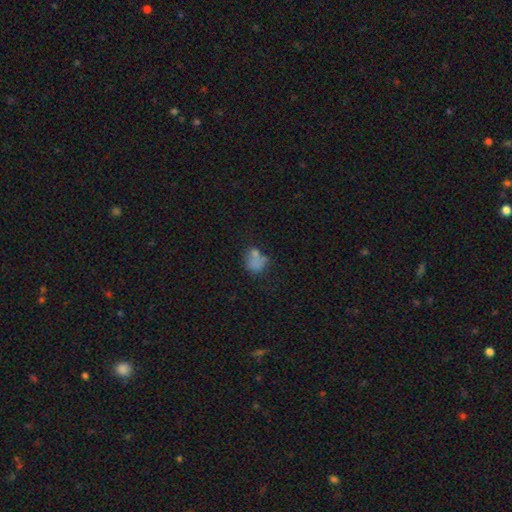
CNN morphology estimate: smooth-or-featured: smooth: 64% | star or artifact: 19% | featured or disk: 16%
  how-rounded: round: 62% | in between: 36% | cigar-shaped: 2%
  merging: none: 44% | merger: 28% | minor disturbance: 17% | major disturbance: 11%